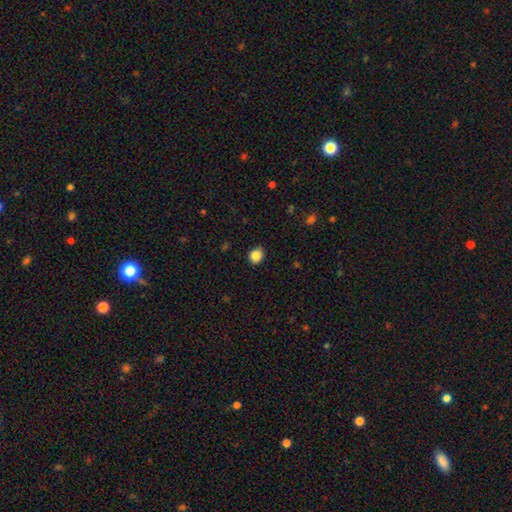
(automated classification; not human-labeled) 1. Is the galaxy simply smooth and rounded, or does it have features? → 87% smooth, 10% star or artifact, 3% featured or disk.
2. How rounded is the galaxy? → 64% round, 35% in between, 1% cigar-shaped.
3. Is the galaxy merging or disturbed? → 85% none, 12% minor disturbance, 2% major disturbance, 1% merger.